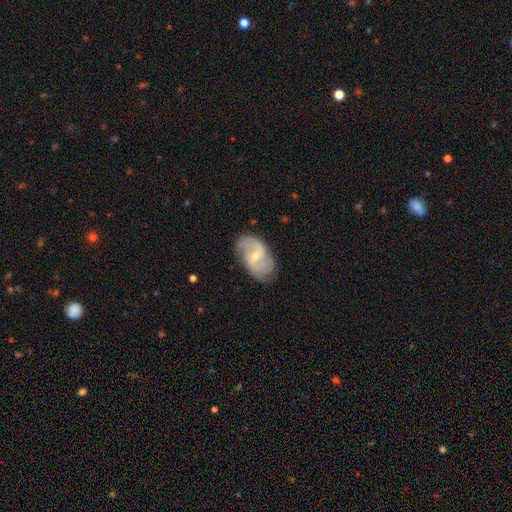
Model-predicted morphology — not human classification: Smooth or featured: featured or disk — 77% (smooth — 17%)
Edge-on disk: no — 96% (yes — 4%)
Bar: weak — 51% (no — 37%)
Spiral arms: yes — 92% (no — 8%)
Spiral winding: medium — 45% (loose — 28%)
Spiral arm count: 2 — 57% (can't tell — 20%)
Bulge size: small — 61% (moderate — 36%)
Merging: none — 72% (minor disturbance — 20%)